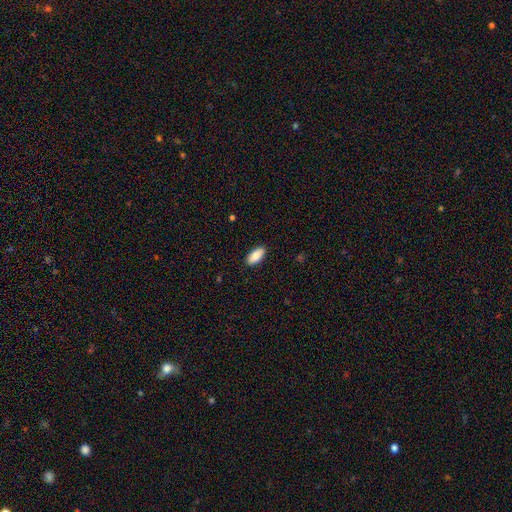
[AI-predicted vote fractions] smooth 85%, featured or disk 8%, star or artifact 6%. Down the decision tree: how rounded — in between (89%); merging — none (90%).